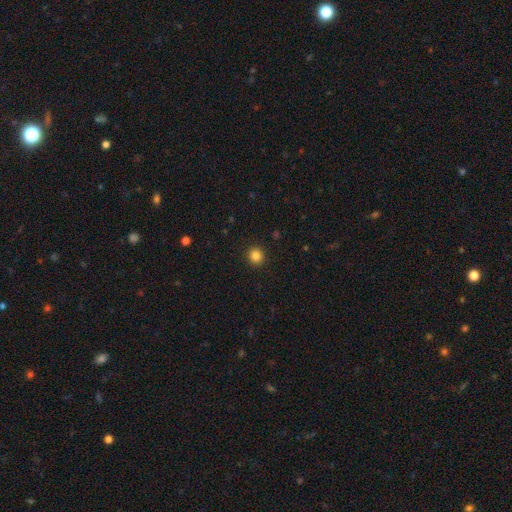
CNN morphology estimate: smooth_or_featured: smooth (p=0.85) [alt: star or artifact p=0.11]
how_rounded: round (p=0.91) [alt: in between p=0.08]
merging: none (p=0.92) [alt: minor disturbance p=0.05]